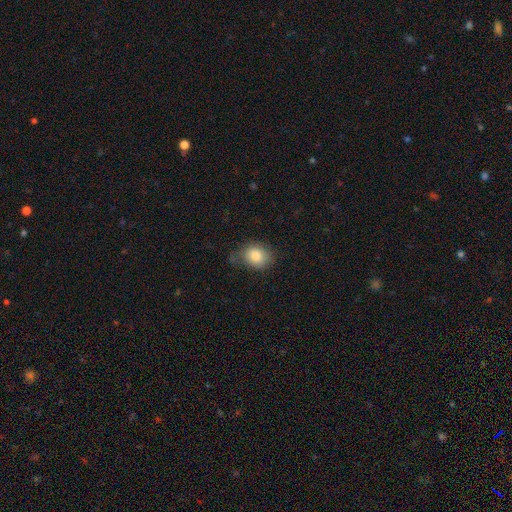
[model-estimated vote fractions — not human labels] Smooth or featured: smooth — 85% (star or artifact — 8%)
How rounded: round — 51% (in between — 48%)
Merging: none — 59% (minor disturbance — 29%)